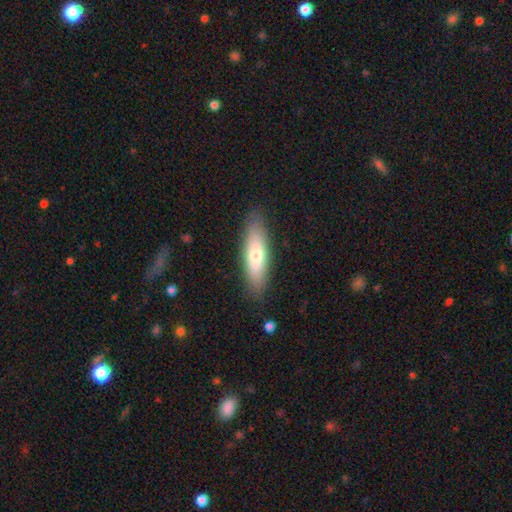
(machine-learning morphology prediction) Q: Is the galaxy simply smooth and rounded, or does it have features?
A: smooth — 67%.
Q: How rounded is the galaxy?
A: cigar-shaped — 58%.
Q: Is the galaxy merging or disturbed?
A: none — 87%.